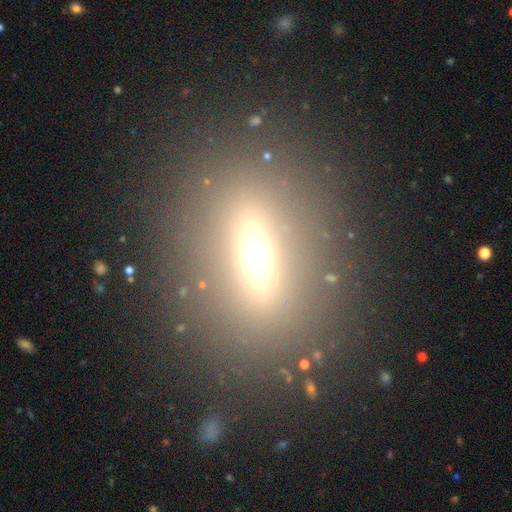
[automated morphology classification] smooth 43%, featured or disk 34%, star or artifact 23%. Down the decision tree: merging — none (84%).